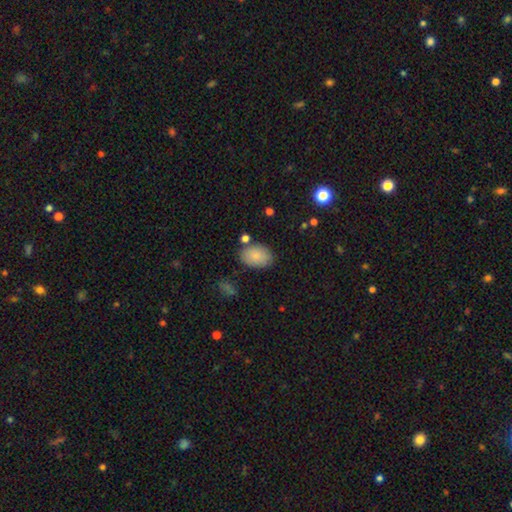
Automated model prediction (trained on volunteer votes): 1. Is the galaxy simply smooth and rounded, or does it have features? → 85% smooth, 8% featured or disk, 7% star or artifact.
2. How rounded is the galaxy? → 87% in between, 12% round, 1% cigar-shaped.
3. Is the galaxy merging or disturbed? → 77% none, 14% minor disturbance, 6% merger, 4% major disturbance.